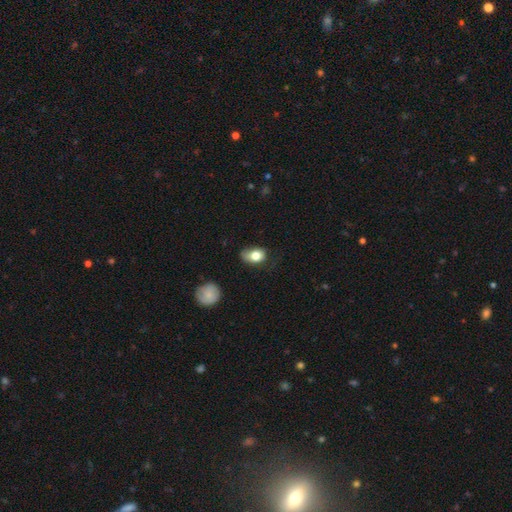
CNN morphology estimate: type=smooth (79%); roundness=in between (75%); merging=none (45%).